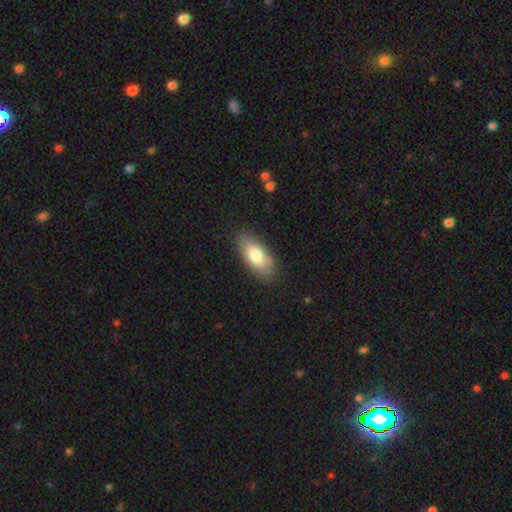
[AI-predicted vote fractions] Q: Smooth or featured?
A: smooth (78%); runner-up: featured or disk (16%)
Q: How rounded?
A: in between (86%); runner-up: cigar-shaped (11%)
Q: Merging?
A: none (81%); runner-up: minor disturbance (14%)